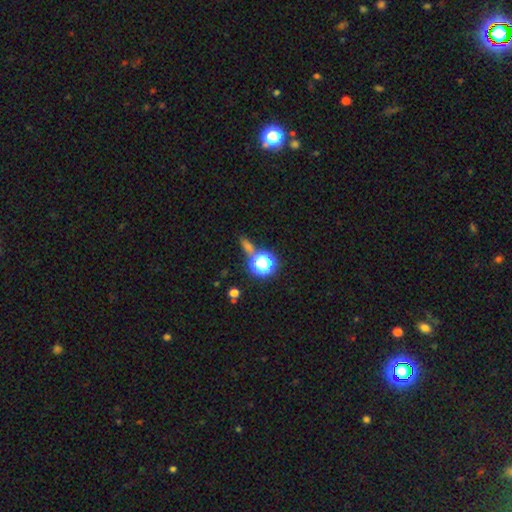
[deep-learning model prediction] The model was most divided on "smooth or featured": star or artifact: 61%, smooth: 29%, featured or disk: 10%.